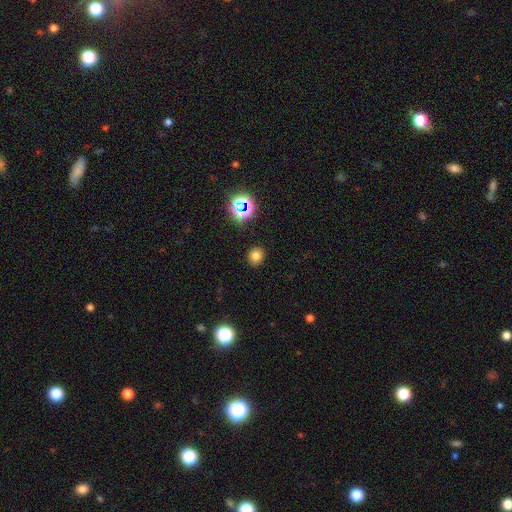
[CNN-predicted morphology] type=smooth (73%); roundness=round (75%); merging=none (88%).